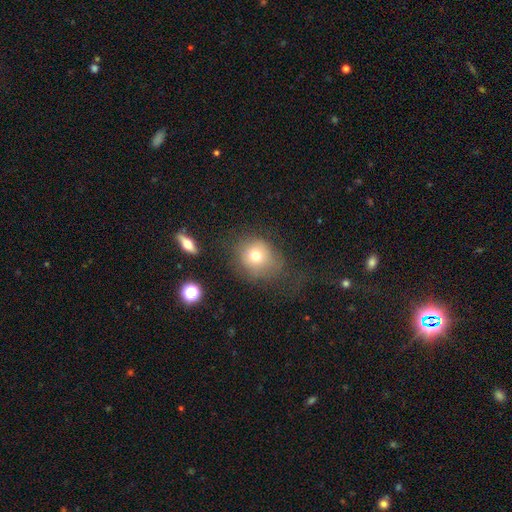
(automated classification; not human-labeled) A smooth galaxy with no disk features (72%) that is round (76%).

Vote fractions:
- Smooth or featured? smooth: 72% / featured or disk: 15% / star or artifact: 13%
- How rounded? round: 76% / in between: 23% / cigar-shaped: 1%
- Merging? none: 52% / major disturbance: 23% / minor disturbance: 22% / merger: 3%